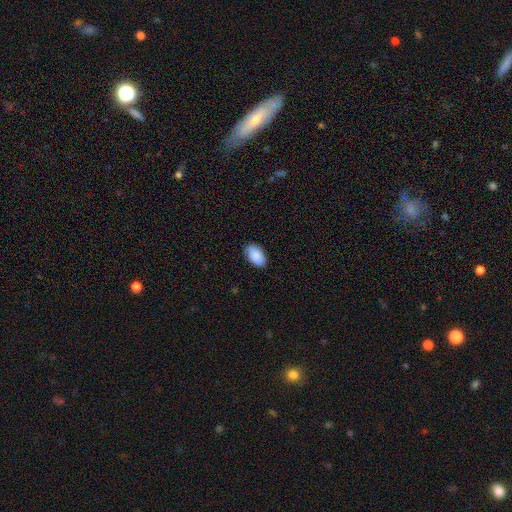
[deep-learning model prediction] Morphology: type=smooth (89%); roundness=in between (95%); merging=none (84%).